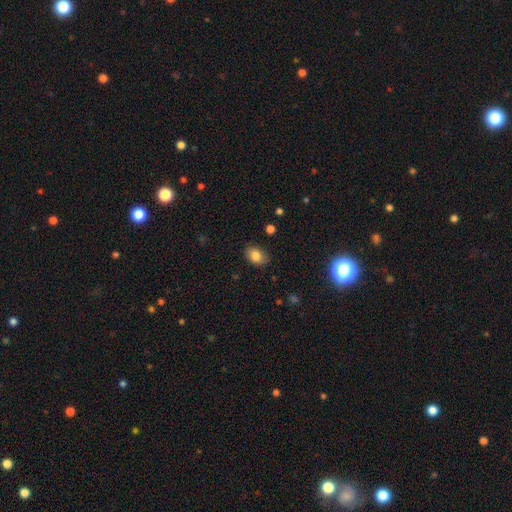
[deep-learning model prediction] A smooth galaxy with no disk features (84%) that is in between round and cigar-shaped (75%).

Vote fractions:
- Smooth or featured? smooth: 84% / star or artifact: 9% / featured or disk: 7%
- How rounded? in between: 75% / round: 24% / cigar-shaped: 1%
- Merging? none: 84% / minor disturbance: 12% / major disturbance: 3% / merger: 1%